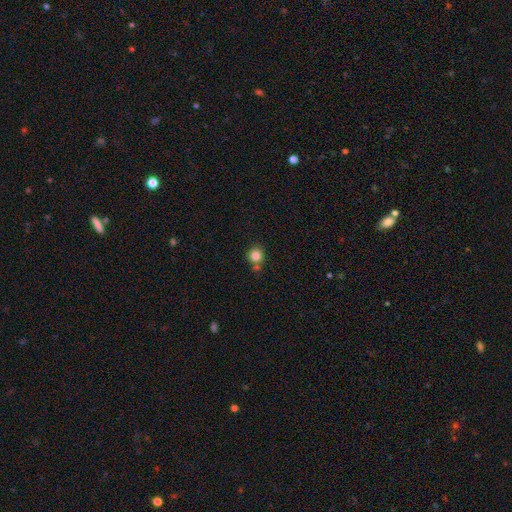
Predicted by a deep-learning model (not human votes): Overall: smooth (83%). How rounded: round (88%). Merging: none (69%).